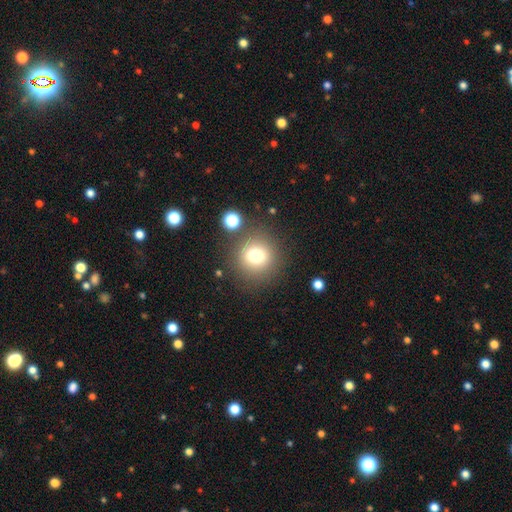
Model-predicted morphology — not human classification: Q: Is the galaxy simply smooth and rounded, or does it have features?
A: smooth — 74%.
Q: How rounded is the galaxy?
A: round — 91%.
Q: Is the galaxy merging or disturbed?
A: none — 82%.